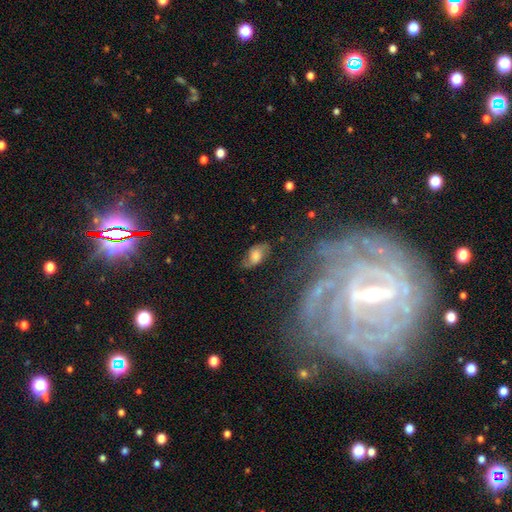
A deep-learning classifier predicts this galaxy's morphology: A featured or disk galaxy (45%, tied with smooth).

Vote fractions:
- Smooth or featured? featured or disk: 45% (tied) / smooth: 45% (tied) / star or artifact: 10%
- Merging? none: 64% / minor disturbance: 23% / major disturbance: 9% / merger: 3%